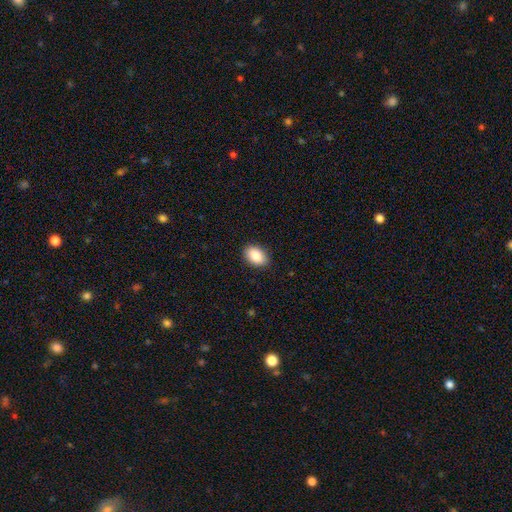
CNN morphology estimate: Smooth or featured: smooth — 86% (star or artifact — 7%)
How rounded: in between — 88% (round — 11%)
Merging: none — 88% (minor disturbance — 9%)